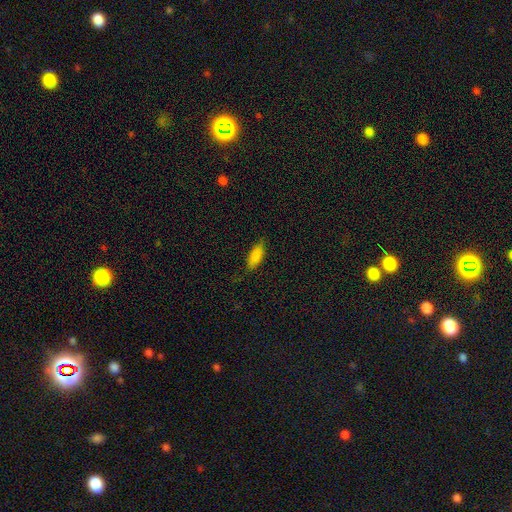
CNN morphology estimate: A smooth galaxy with no disk features (84%) that is in between round and cigar-shaped (73%). Merging: none (74%).